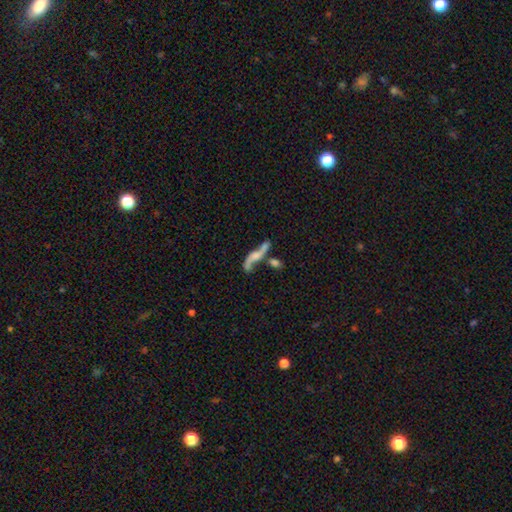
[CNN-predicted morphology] Q: Smooth or featured?
A: featured or disk (65%); runner-up: smooth (26%)
Q: Edge-on disk?
A: no (75%); runner-up: yes (25%)
Q: Merging?
A: merger (36%); runner-up: none (34%)